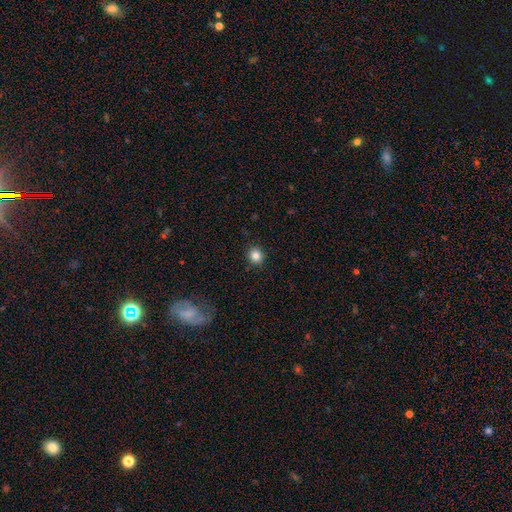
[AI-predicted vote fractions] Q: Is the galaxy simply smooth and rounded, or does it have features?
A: smooth — 83%.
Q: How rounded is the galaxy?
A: round — 89%.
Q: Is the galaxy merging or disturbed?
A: none — 91%.